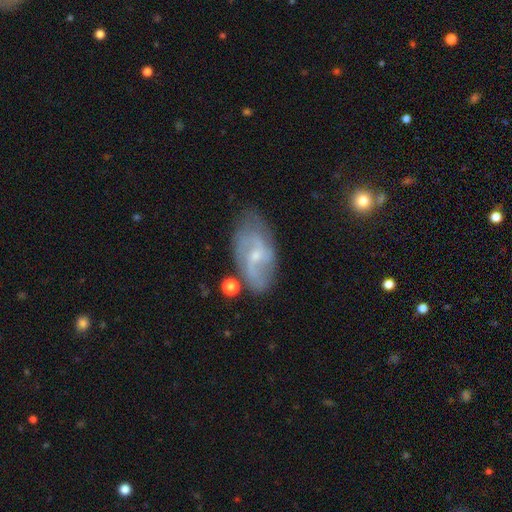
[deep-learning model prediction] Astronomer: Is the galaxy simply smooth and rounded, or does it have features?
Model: featured or disk — 73%.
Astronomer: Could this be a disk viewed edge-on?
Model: no — 94%.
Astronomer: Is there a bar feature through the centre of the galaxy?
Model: weak — 48% (runner-up: no, 43%).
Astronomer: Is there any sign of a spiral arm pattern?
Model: yes — 88%.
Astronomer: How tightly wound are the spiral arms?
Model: loose — 44% (runner-up: medium, 39%).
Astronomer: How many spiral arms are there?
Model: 2 — 63%.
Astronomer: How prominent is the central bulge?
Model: small — 69%.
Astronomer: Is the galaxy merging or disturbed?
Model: none — 65%.